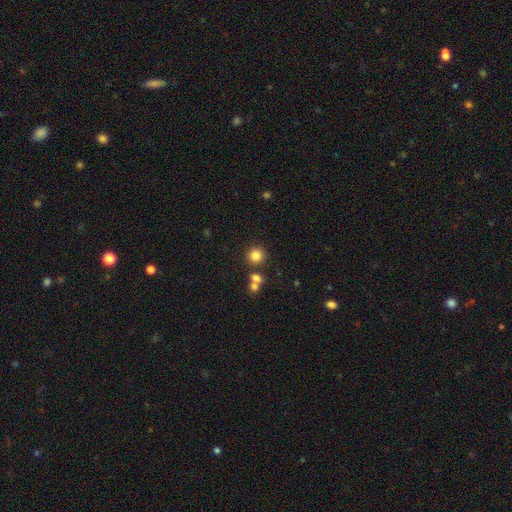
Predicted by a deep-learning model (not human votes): smooth-or-featured: smooth: 82% | star or artifact: 12% | featured or disk: 6%
  how-rounded: round: 91% | in between: 8% | cigar-shaped: 1%
  merging: none: 77% | merger: 12% | minor disturbance: 8% | major disturbance: 3%